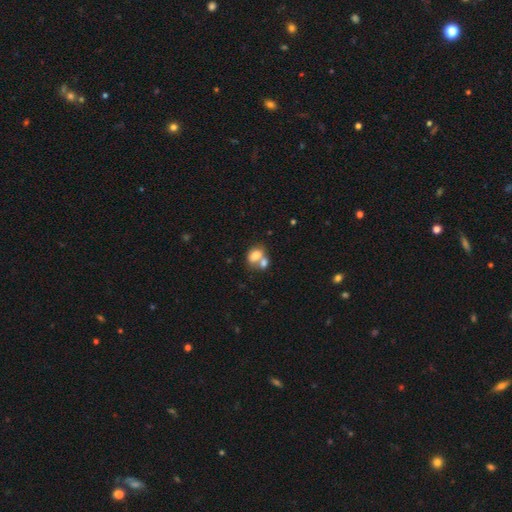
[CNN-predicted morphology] Smooth or featured? smooth (77%)
How rounded? in between (77%)
Merging? merger (58%)